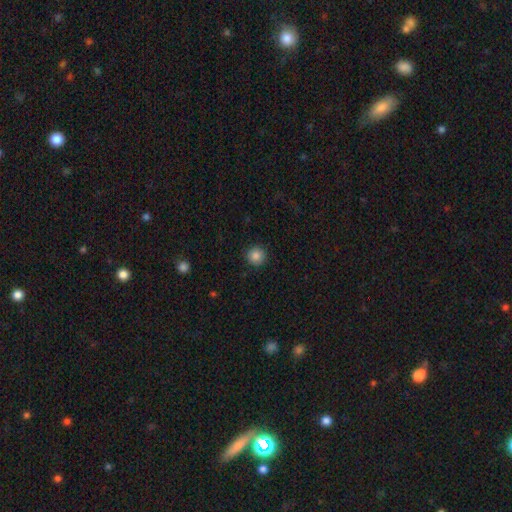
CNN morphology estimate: Smooth or featured: smooth — 86% (star or artifact — 10%)
How rounded: round — 95% (in between — 4%)
Merging: none — 91% (minor disturbance — 6%)